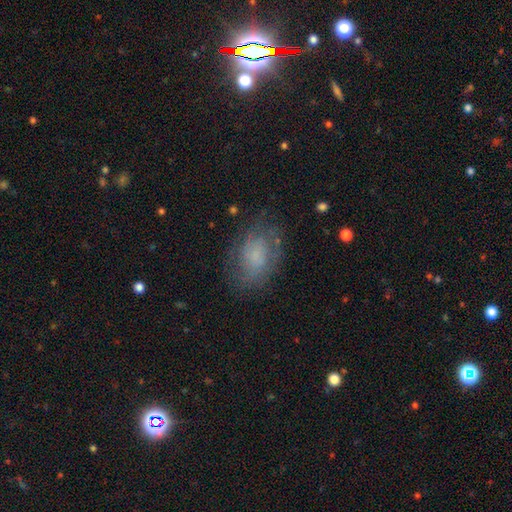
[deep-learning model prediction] A featured or disk galaxy (46%). Merging: none (68%).